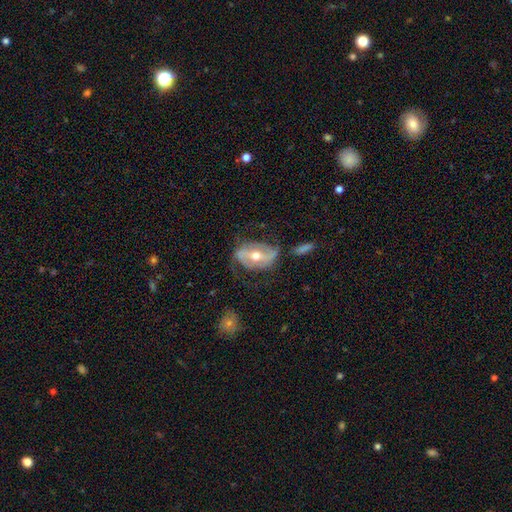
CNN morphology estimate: Smooth or featured? featured or disk (76%)
Edge-on disk? no (93%)
Bar? strong (49%)
Spiral arms? yes (79%)
Spiral winding? loose (45%)
Spiral arm count? 2 (82%)
Bulge size? moderate (67%)
Merging? none (54%)